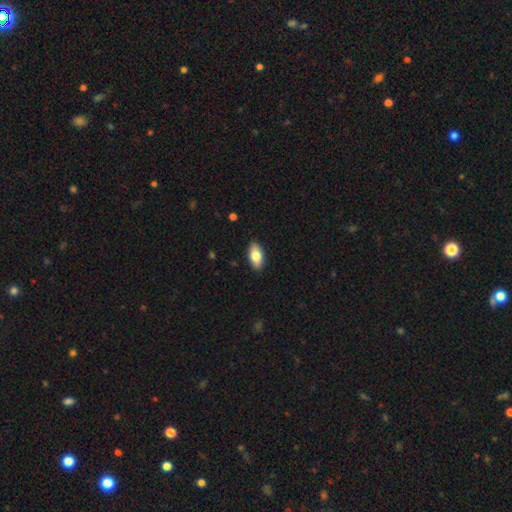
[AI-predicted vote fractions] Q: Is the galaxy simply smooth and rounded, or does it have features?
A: smooth — 77%.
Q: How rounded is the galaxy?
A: in between — 89%.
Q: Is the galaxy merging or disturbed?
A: none — 89%.